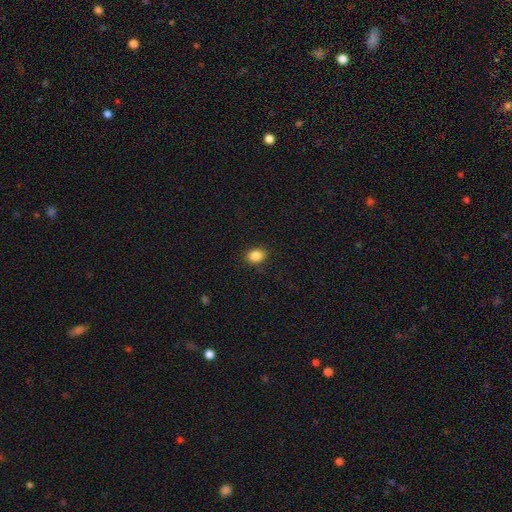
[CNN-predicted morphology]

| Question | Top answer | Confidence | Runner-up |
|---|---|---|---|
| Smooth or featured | smooth | 87% | star or artifact (9%) |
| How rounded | in between | 74% | round (25%) |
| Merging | none | 88% | minor disturbance (9%) |